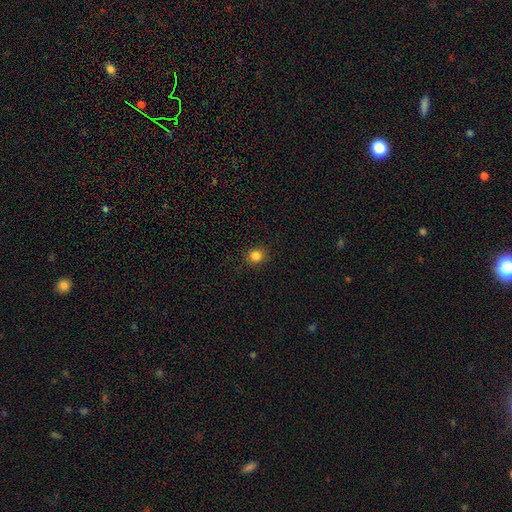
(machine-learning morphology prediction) A smooth galaxy with no disk features (84%) that is round (89%).

Vote fractions:
- Smooth or featured? smooth: 84% / star or artifact: 12% / featured or disk: 4%
- How rounded? round: 89% / in between: 10% / cigar-shaped: 1%
- Merging? none: 91% / minor disturbance: 6% / major disturbance: 2% / merger: 1%